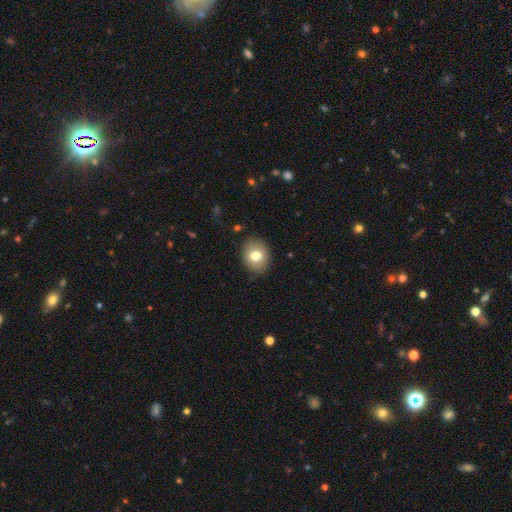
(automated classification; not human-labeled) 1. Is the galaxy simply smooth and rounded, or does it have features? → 77% smooth, 14% featured or disk, 9% star or artifact.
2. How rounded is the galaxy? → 52% round, 47% in between, 1% cigar-shaped.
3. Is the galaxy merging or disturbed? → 86% none, 10% minor disturbance, 3% major disturbance, 1% merger.